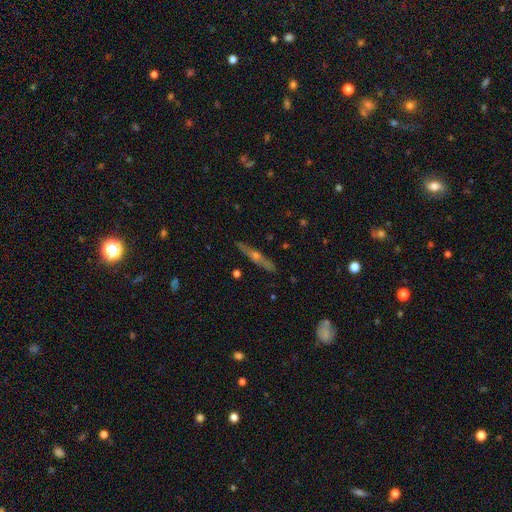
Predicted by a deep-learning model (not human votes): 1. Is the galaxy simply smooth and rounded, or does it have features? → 70% featured or disk, 22% smooth, 8% star or artifact.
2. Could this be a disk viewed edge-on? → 93% yes, 7% no.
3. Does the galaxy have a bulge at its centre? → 86% rounded, 10% none, 3% boxy.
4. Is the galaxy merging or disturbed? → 88% none, 9% minor disturbance, 2% major disturbance, 1% merger.